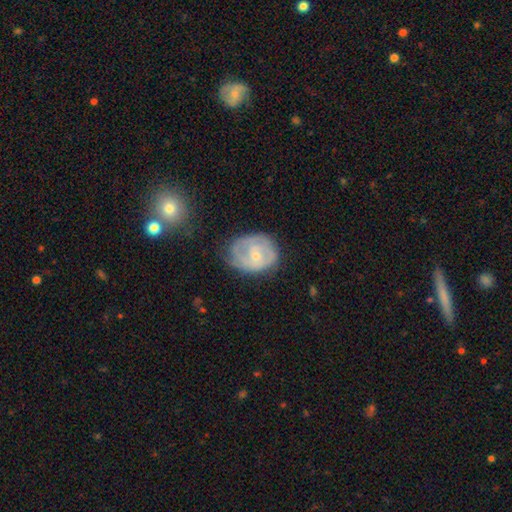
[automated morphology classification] Overall: featured or disk (64%; smooth 30%). Edge-on disk: no (97%). Bar: no (69%). Spiral arms: yes (66%; no 34%). Bulge size: small (61%; moderate 36%). Merging: none (55%; minor disturbance 30%).